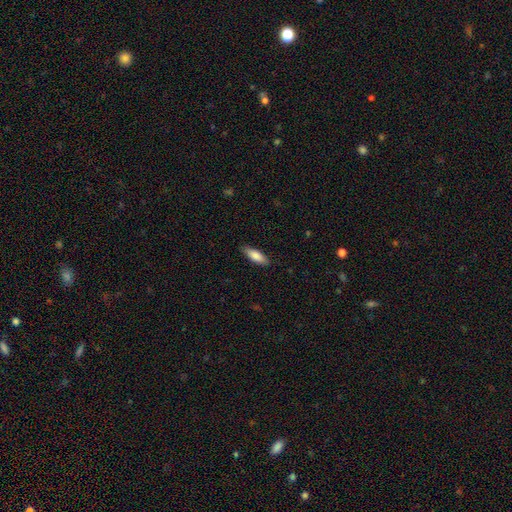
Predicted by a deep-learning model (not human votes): This appears to be a smooth galaxy with no disk features (82%) that is in between round and cigar-shaped (55%). Merging: none (86%).